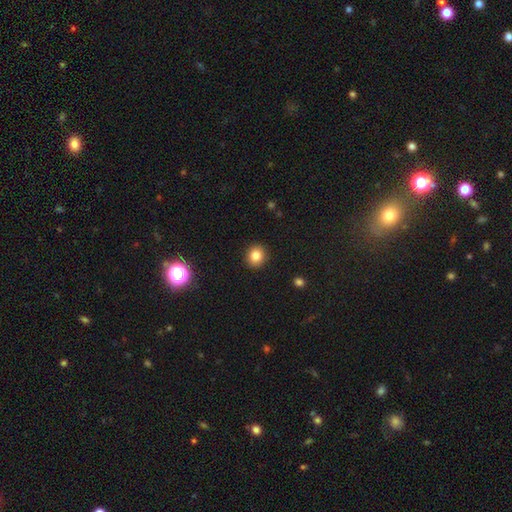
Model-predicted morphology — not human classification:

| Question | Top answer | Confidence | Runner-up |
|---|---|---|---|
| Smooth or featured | smooth | 83% | star or artifact (12%) |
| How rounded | round | 85% | in between (14%) |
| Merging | none | 91% | minor disturbance (6%) |